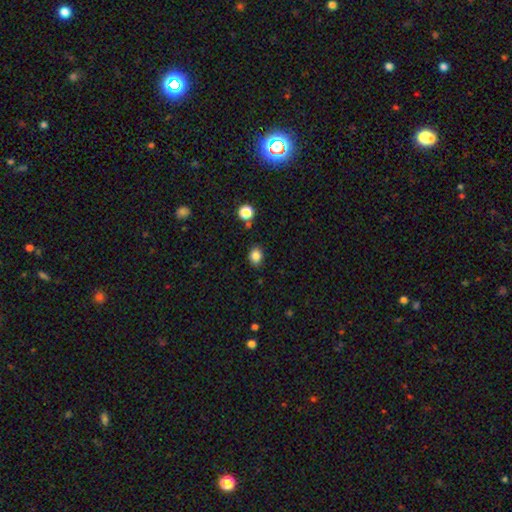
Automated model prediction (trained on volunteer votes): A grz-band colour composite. It shows a smooth galaxy with no disk features (84%) that is in between round and cigar-shaped (51%). Merging: none (82%).